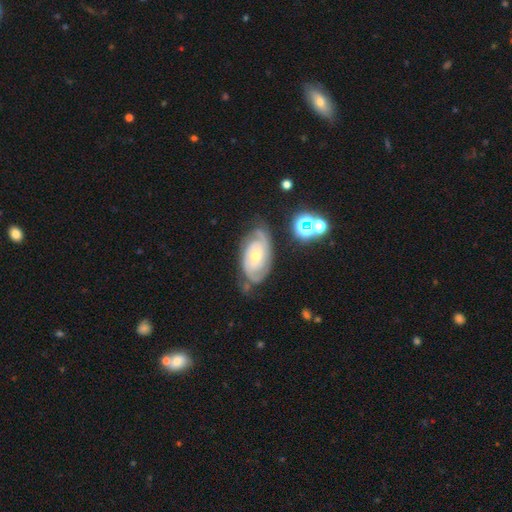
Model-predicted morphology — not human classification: Smooth or featured: featured or disk — 84% (smooth — 9%)
Edge-on disk: no — 96% (yes — 4%)
Bar: no — 66% (weak — 27%)
Spiral arms: yes — 96% (no — 4%)
Spiral winding: tight — 63% (medium — 30%)
Spiral arm count: 2 — 57% (can't tell — 20%)
Bulge size: moderate — 48% (tied with small — 48%)
Merging: none — 68% (minor disturbance — 21%)